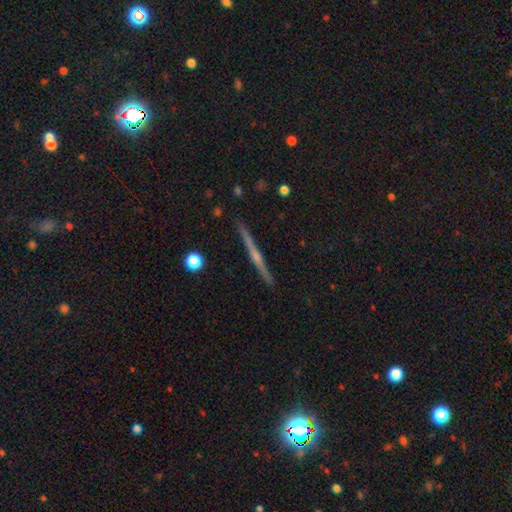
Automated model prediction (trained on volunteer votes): Smooth or featured?
  - featured or disk: 79% *
  - smooth: 14%
  - star or artifact: 7%
Edge-on disk?
  - yes: 98% *
  - no: 2%
Edge-on bulge?
  - rounded: 70% *
  - none: 22%
  - boxy: 8%
Merging?
  - none: 92% *
  - minor disturbance: 5%
  - merger: 1%
  - major disturbance: 1%